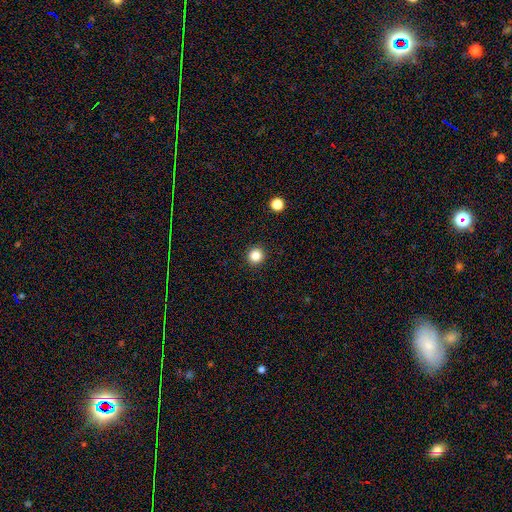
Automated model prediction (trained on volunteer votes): Smooth or featured: smooth — 85% (star or artifact — 11%)
How rounded: round — 95% (in between — 4%)
Merging: none — 93% (minor disturbance — 4%)